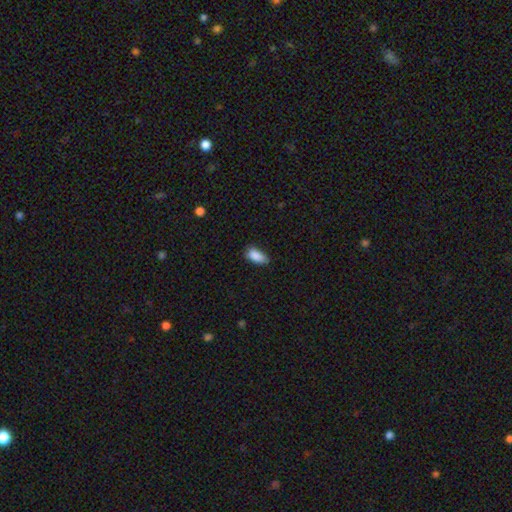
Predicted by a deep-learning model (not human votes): This appears to be a smooth galaxy with no disk features (88%) that is in between round and cigar-shaped (90%). Merging: none (64%).